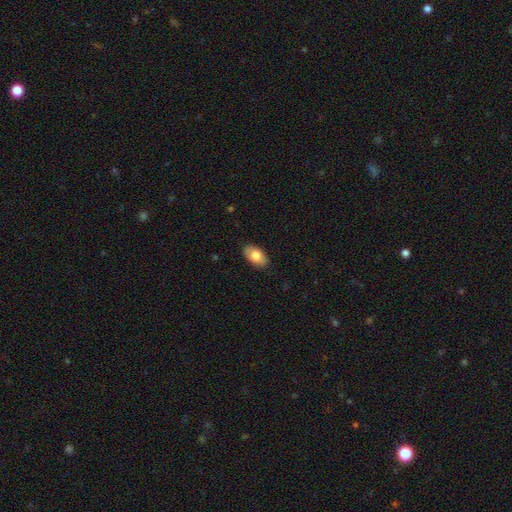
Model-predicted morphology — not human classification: Smooth or featured? smooth (80%)
How rounded? in between (94%)
Merging? none (87%)